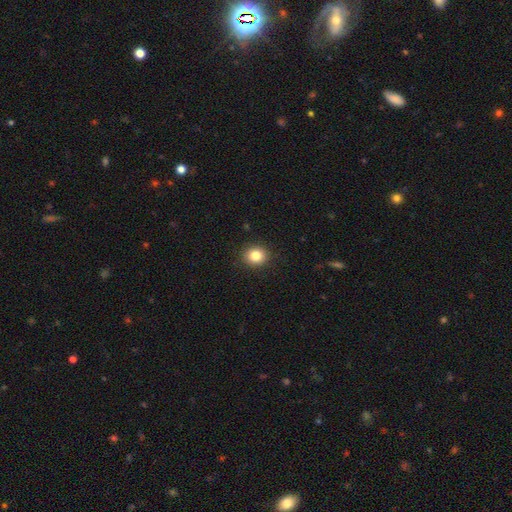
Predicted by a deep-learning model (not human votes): Smooth or featured? smooth (84%)
How rounded? round (72%)
Merging? none (91%)